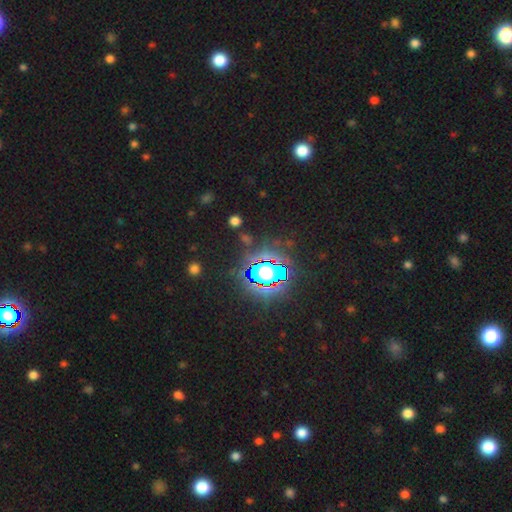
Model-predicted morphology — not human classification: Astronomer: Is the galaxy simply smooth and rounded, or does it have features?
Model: star or artifact — 83%.